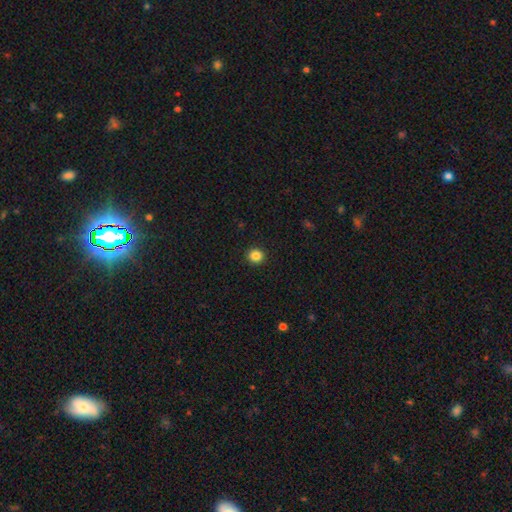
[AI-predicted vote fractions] Smooth or featured?
  - smooth: 85% *
  - star or artifact: 11%
  - featured or disk: 4%
How rounded?
  - round: 93% *
  - in between: 6%
  - cigar-shaped: 1%
Merging?
  - none: 93% *
  - minor disturbance: 4%
  - major disturbance: 2%
  - merger: 1%